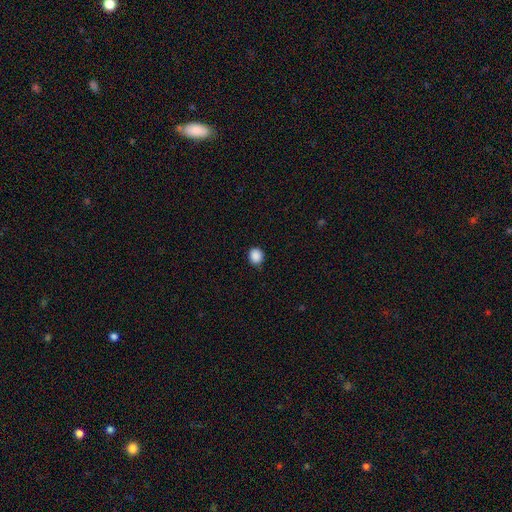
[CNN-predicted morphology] Smooth or featured: smooth — 89% (star or artifact — 9%)
How rounded: round — 86% (in between — 13%)
Merging: none — 89% (minor disturbance — 8%)